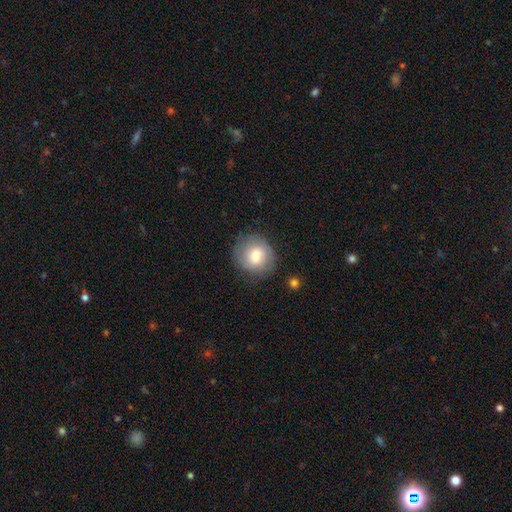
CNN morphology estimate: Smooth or featured? Predicted: smooth (p=0.66). How rounded? Predicted: round (p=0.85). Merging? Predicted: none (p=0.76).